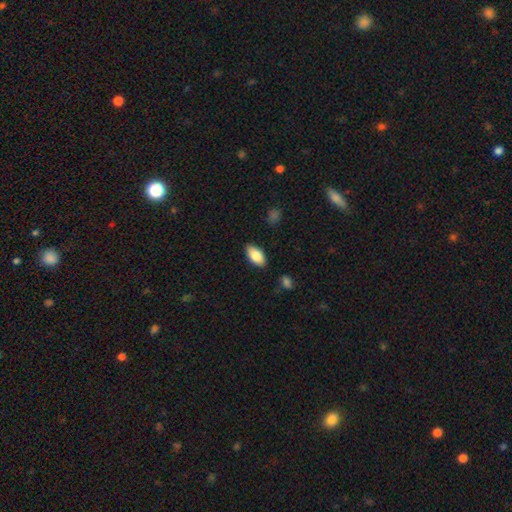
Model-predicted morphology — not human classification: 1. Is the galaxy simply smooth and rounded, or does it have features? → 85% smooth, 9% featured or disk, 6% star or artifact.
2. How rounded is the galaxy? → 93% in between, 5% cigar-shaped, 3% round.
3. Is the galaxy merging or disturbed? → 85% none, 11% minor disturbance, 2% major disturbance, 1% merger.